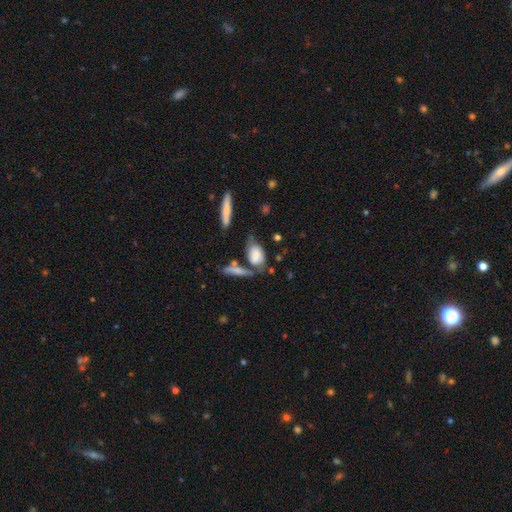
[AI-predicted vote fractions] A smooth galaxy with no disk features (58%) that is in between round and cigar-shaped (80%).

Vote fractions:
- Smooth or featured? smooth: 58% / featured or disk: 34% / star or artifact: 8%
- How rounded? in between: 80% / cigar-shaped: 10% / round: 10%
- Merging? none: 39% / merger: 25% / minor disturbance: 22% / major disturbance: 14%